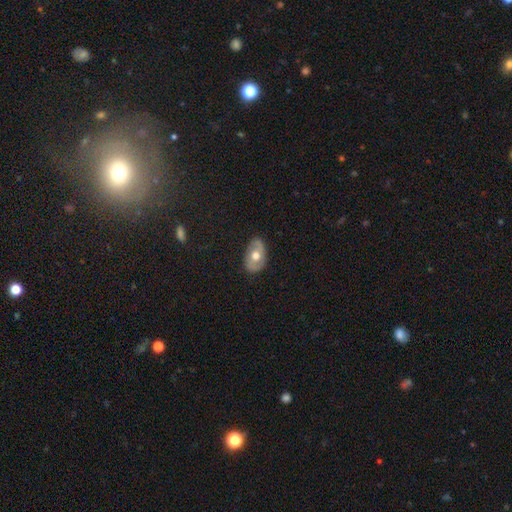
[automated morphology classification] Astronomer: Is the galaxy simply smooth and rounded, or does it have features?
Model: featured or disk — 47% (runner-up: smooth, 46%).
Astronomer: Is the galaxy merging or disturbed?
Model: none — 78%.